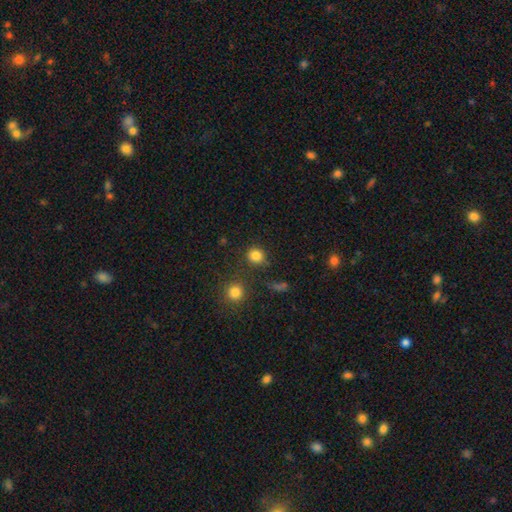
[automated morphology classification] This appears to be a smooth galaxy with no disk features (82%) that is round (88%). Merging: none (82%).